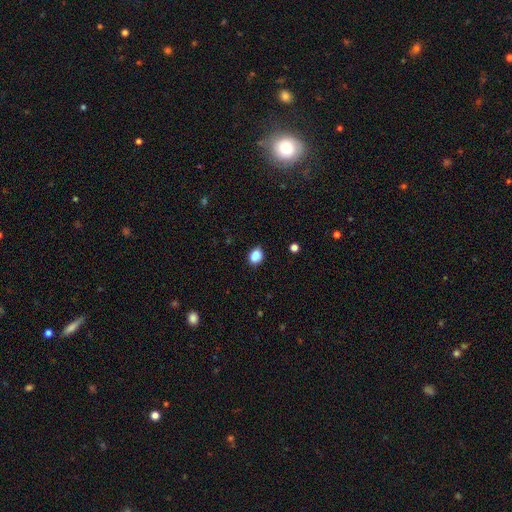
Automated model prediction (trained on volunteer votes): A smooth galaxy with no disk features (88%) that is in between round and cigar-shaped (65%).

Vote fractions:
- Smooth or featured? smooth: 88% / star or artifact: 9% / featured or disk: 3%
- How rounded? in between: 65% / round: 34% / cigar-shaped: 1%
- Merging? none: 81% / minor disturbance: 15% / major disturbance: 3% / merger: 1%